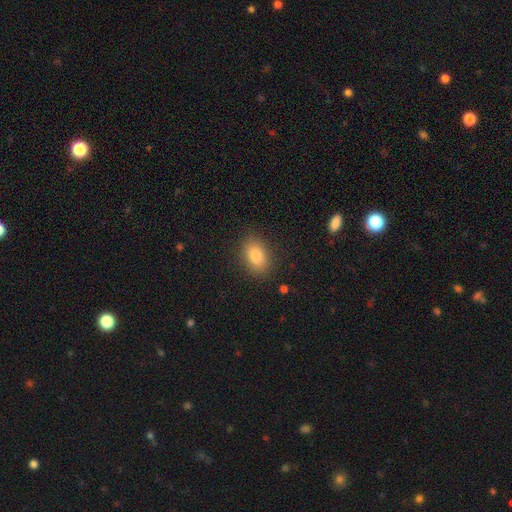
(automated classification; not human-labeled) This is clearly a smooth galaxy (82%). How rounded: clearly in between (83%). Merging: clearly none (86%).